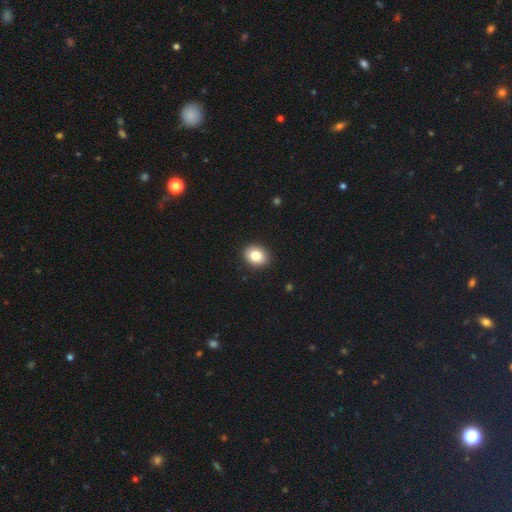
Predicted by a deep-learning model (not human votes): smooth-or-featured: smooth: 84% | star or artifact: 9% | featured or disk: 7%
  how-rounded: round: 52% | in between: 47% | cigar-shaped: 1%
  merging: none: 91% | minor disturbance: 6% | major disturbance: 2% | merger: 1%